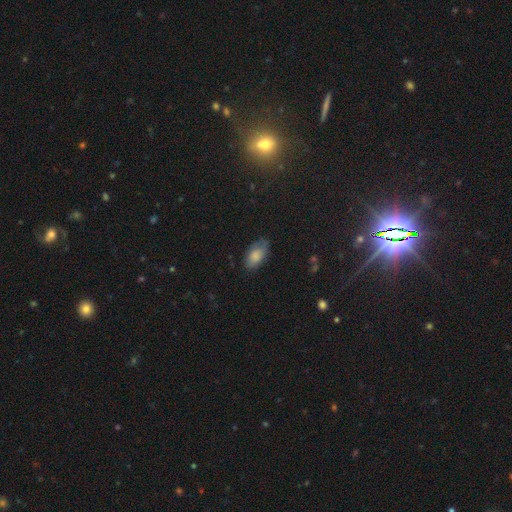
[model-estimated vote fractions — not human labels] Smooth or featured: smooth — 80% (featured or disk — 13%)
How rounded: in between — 93% (round — 3%)
Merging: none — 71% (minor disturbance — 23%)